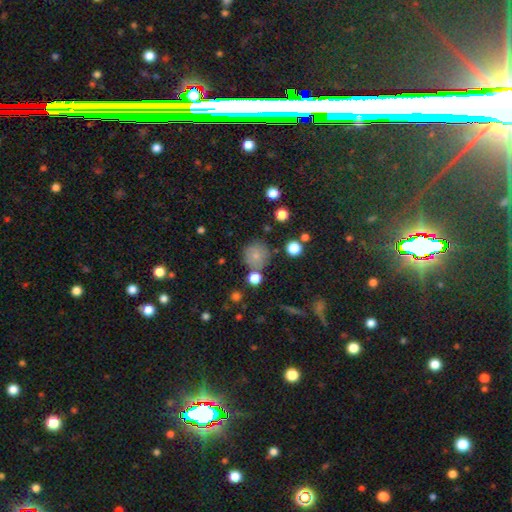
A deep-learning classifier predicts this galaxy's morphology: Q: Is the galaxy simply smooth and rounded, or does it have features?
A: smooth — 76%.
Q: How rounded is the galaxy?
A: round — 91%.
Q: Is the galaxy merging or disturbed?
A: none — 74%.